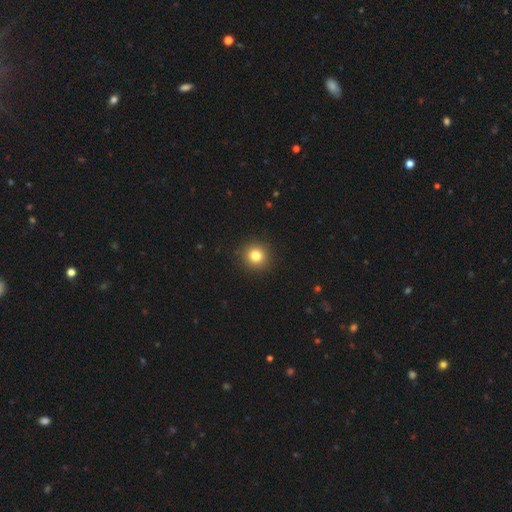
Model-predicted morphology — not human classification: smooth 82%, star or artifact 12%, featured or disk 7%. Down the decision tree: how rounded — round (94%); merging — none (92%).